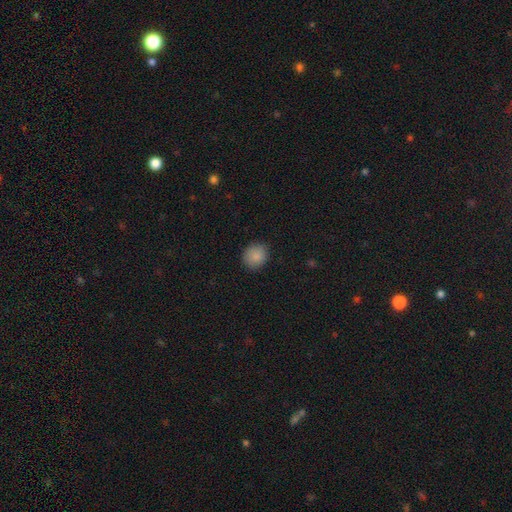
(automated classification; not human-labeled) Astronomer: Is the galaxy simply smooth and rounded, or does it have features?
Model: smooth — 86%.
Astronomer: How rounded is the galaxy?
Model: round — 77%.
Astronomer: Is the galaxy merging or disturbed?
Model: none — 86%.